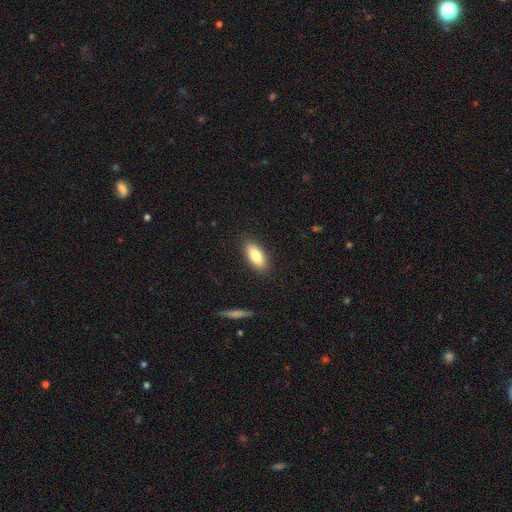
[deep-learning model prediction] Overall: smooth (79%). How rounded: in between (86%). Merging: none (88%).